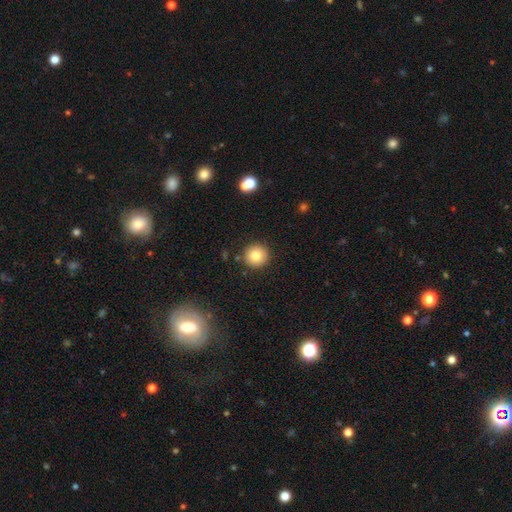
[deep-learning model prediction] A smooth galaxy with no disk features (83%) that is round (94%).

Vote fractions:
- Smooth or featured? smooth: 83% / star or artifact: 10% / featured or disk: 8%
- How rounded? round: 94% / in between: 5% / cigar-shaped: 1%
- Merging? none: 90% / minor disturbance: 6% / major disturbance: 2% / merger: 2%